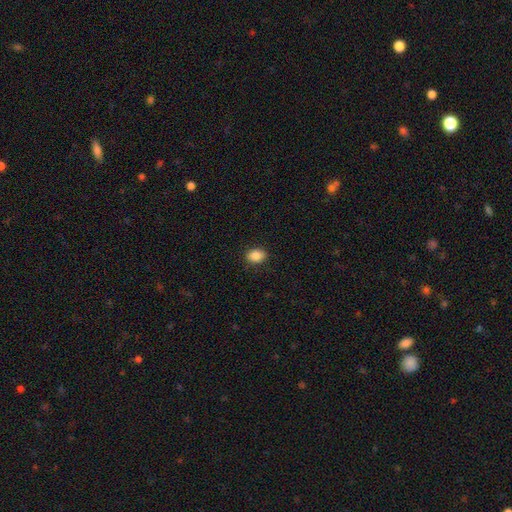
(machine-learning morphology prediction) This is clearly a smooth galaxy (87%). How rounded: likely in between (65%). Merging: clearly none (88%).